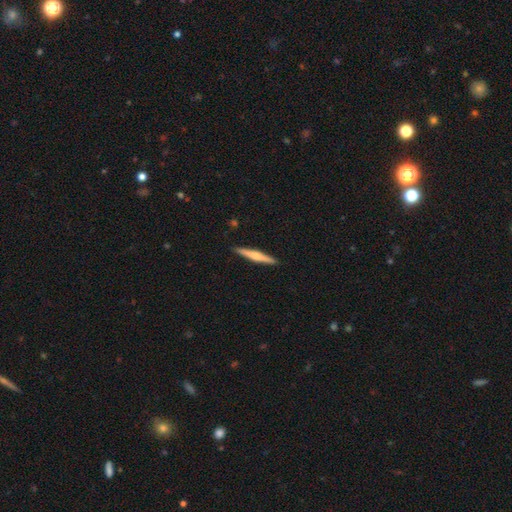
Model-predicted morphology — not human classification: smooth-or-featured: featured or disk: 53% | smooth: 42% | star or artifact: 5%
  disk-edge-on: yes: 98% | no: 2%
    edge-on-bulge: rounded: 67% | none: 17% | boxy: 16%
  merging: none: 91% | minor disturbance: 6% | major disturbance: 1% | merger: 1%